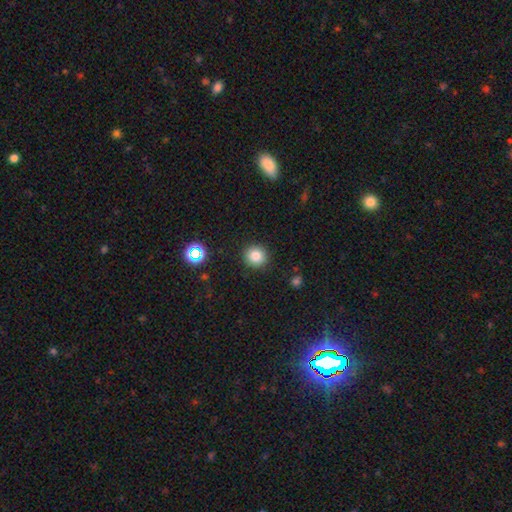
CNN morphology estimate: A smooth galaxy with no disk features (81%) that is round (92%).

Vote fractions:
- Smooth or featured? smooth: 81% / star or artifact: 13% / featured or disk: 5%
- How rounded? round: 92% / in between: 7% / cigar-shaped: 1%
- Merging? none: 90% / minor disturbance: 6% / major disturbance: 2% / merger: 1%